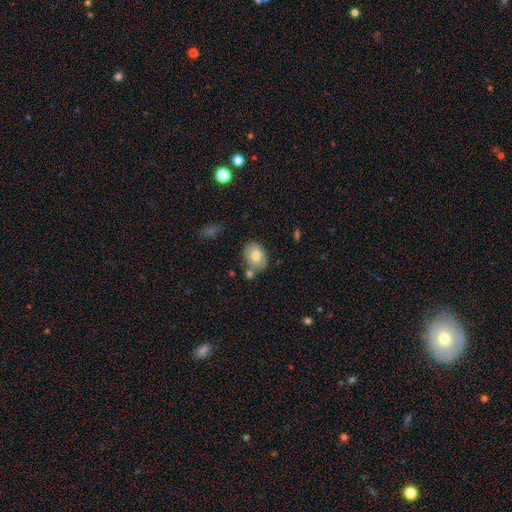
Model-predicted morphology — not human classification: This is likely a smooth galaxy (76%). How rounded: likely in between (66%). Merging: likely none (70%).